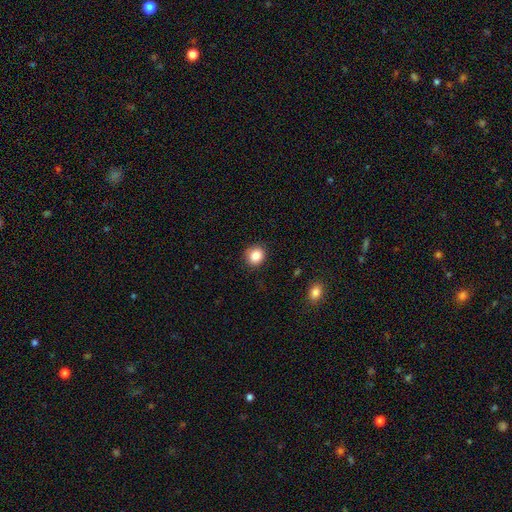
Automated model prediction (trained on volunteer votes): Smooth or featured?
  - smooth: 86% *
  - star or artifact: 10%
  - featured or disk: 4%
How rounded?
  - round: 80% *
  - in between: 19%
  - cigar-shaped: 1%
Merging?
  - none: 86% *
  - minor disturbance: 10%
  - major disturbance: 3%
  - merger: 1%